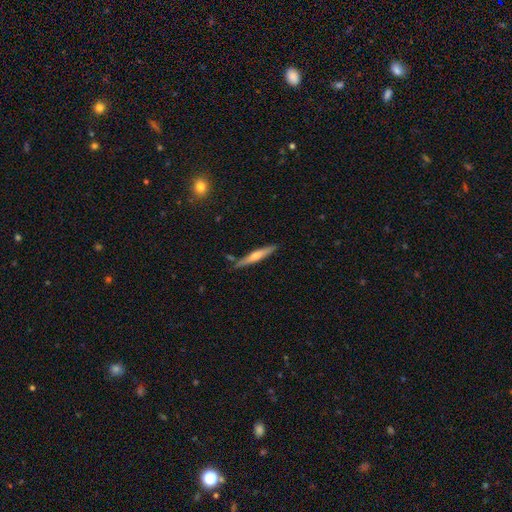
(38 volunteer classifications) Smooth or featured: featured or disk — 79% (smooth — 18%)
Edge-on disk: yes — 97% (no — 3%)
Edge-on bulge: rounded — 86% (none — 14%)
Merging: none — 92% (minor disturbance — 3%)